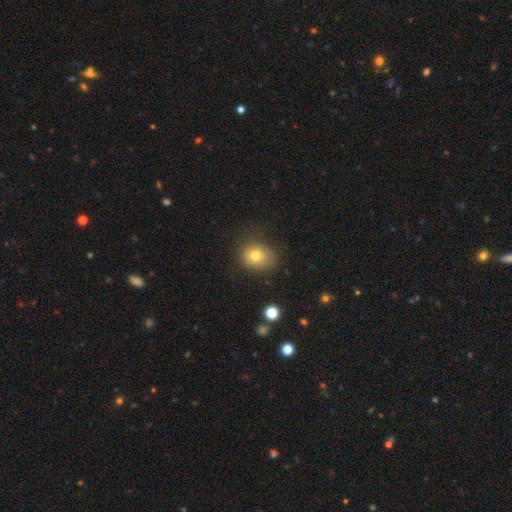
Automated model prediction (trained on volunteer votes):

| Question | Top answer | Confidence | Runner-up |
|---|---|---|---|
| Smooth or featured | smooth | 75% | featured or disk (13%) |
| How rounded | round | 63% | in between (36%) |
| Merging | none | 69% | minor disturbance (21%) |